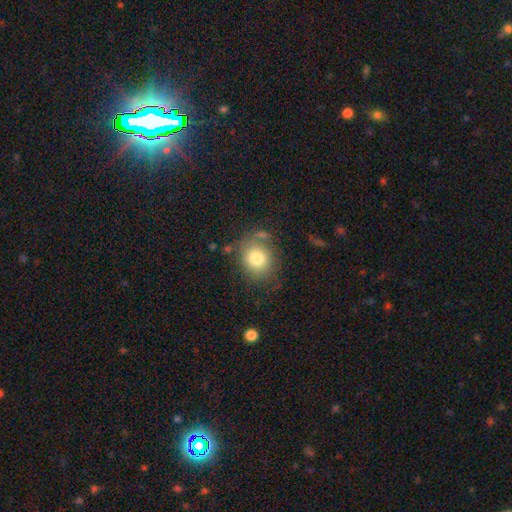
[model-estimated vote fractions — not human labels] Smooth or featured?
  - smooth: 74% *
  - star or artifact: 15%
  - featured or disk: 11%
How rounded?
  - round: 72% *
  - in between: 27%
  - cigar-shaped: 1%
Merging?
  - none: 74% *
  - minor disturbance: 15%
  - merger: 6%
  - major disturbance: 4%